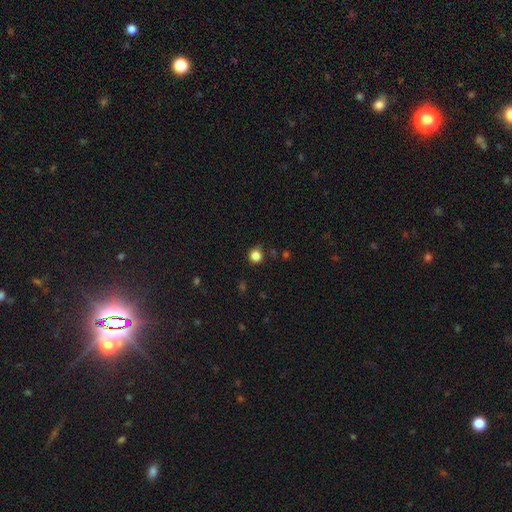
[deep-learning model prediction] smooth-or-featured: smooth: 84% | star or artifact: 12% | featured or disk: 4%
  how-rounded: round: 91% | in between: 8% | cigar-shaped: 1%
  merging: none: 84% | minor disturbance: 12% | major disturbance: 3% | merger: 2%